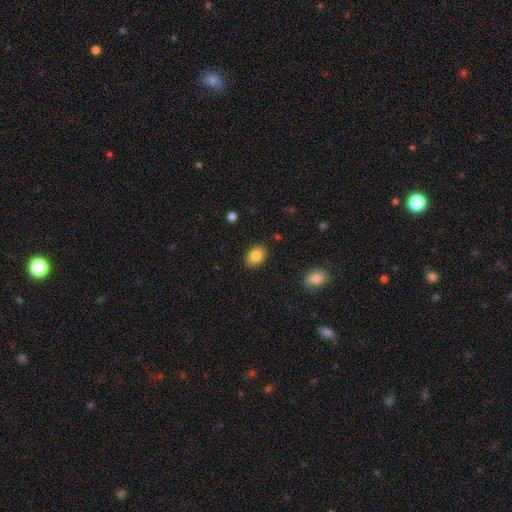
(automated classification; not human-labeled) Smooth or featured?
  - smooth: 84% *
  - star or artifact: 8%
  - featured or disk: 8%
How rounded?
  - in between: 74% *
  - round: 25%
  - cigar-shaped: 1%
Merging?
  - none: 88% *
  - minor disturbance: 8%
  - major disturbance: 2%
  - merger: 1%